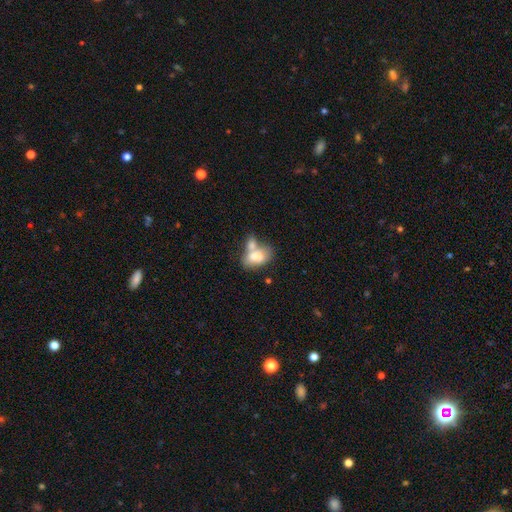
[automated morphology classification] Smooth or featured? smooth (72%)
How rounded? in between (88%)
Merging? merger (57%)